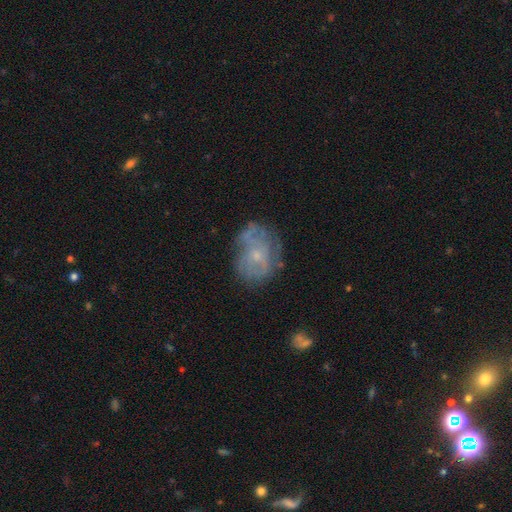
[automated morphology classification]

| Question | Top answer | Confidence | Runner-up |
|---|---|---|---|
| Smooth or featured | featured or disk | 58% | smooth (31%) |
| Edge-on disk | no | 97% | yes (3%) |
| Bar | no | 81% | weak (17%) |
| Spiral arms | no | 50% | tied: yes (50%) |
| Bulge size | small | 71% | moderate (21%) |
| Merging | none | 58% | minor disturbance (24%) |